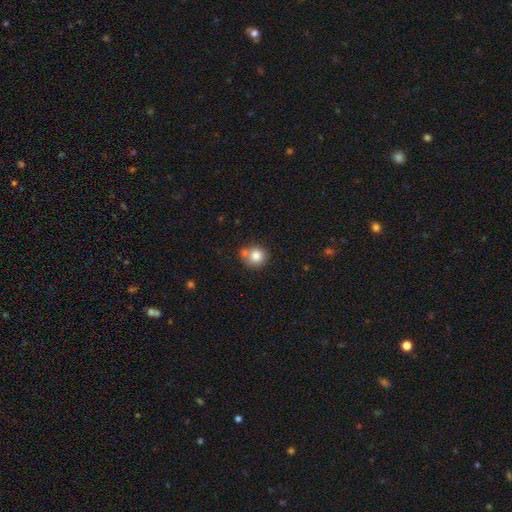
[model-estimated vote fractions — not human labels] This is clearly a smooth galaxy (81%). How rounded: clearly round (88%). Merging: likely none (61%).